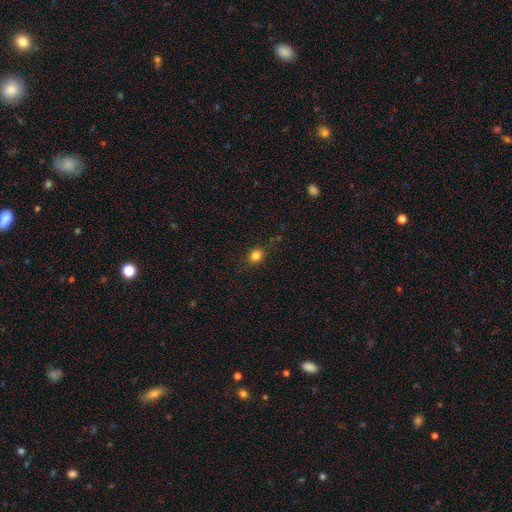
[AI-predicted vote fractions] This is clearly a smooth galaxy (82%). How rounded: likely round (74%). Merging: clearly none (83%).